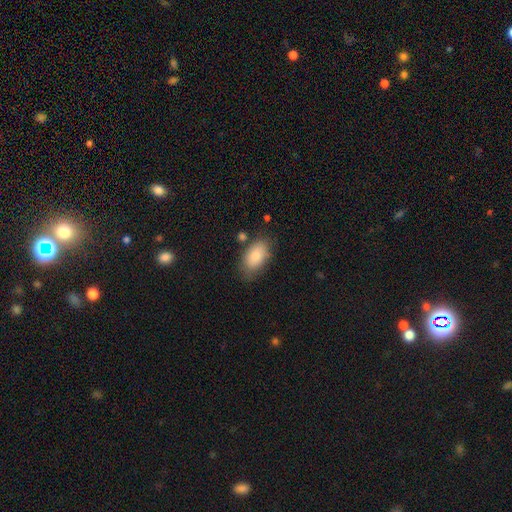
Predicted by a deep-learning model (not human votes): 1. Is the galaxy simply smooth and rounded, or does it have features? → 82% smooth, 11% featured or disk, 7% star or artifact.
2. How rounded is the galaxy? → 92% in between, 6% round, 2% cigar-shaped.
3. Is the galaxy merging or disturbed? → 73% none, 18% minor disturbance, 5% major disturbance, 4% merger.